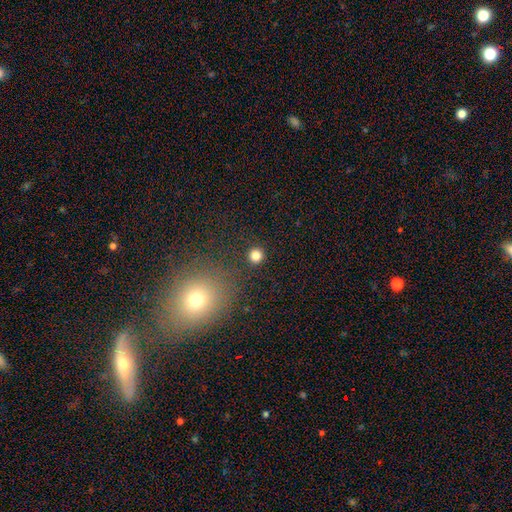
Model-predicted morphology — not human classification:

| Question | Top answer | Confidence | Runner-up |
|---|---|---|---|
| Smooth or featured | smooth | 81% | star or artifact (14%) |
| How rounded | round | 93% | in between (6%) |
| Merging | none | 90% | minor disturbance (5%) |